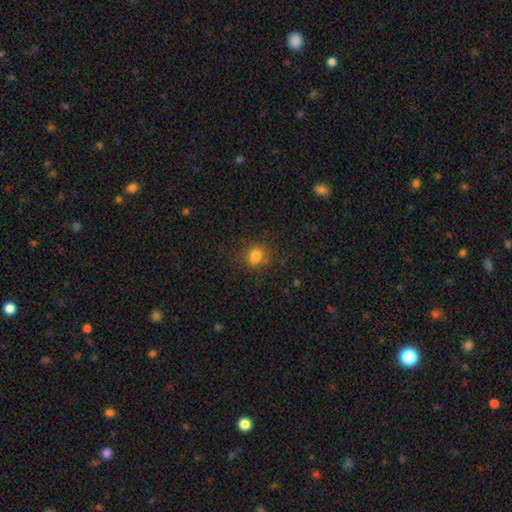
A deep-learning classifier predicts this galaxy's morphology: smooth-or-featured: smooth: 77% | star or artifact: 15% | featured or disk: 8%
  how-rounded: round: 59% | in between: 40% | cigar-shaped: 2%
  merging: none: 73% | minor disturbance: 16% | major disturbance: 6% | merger: 5%